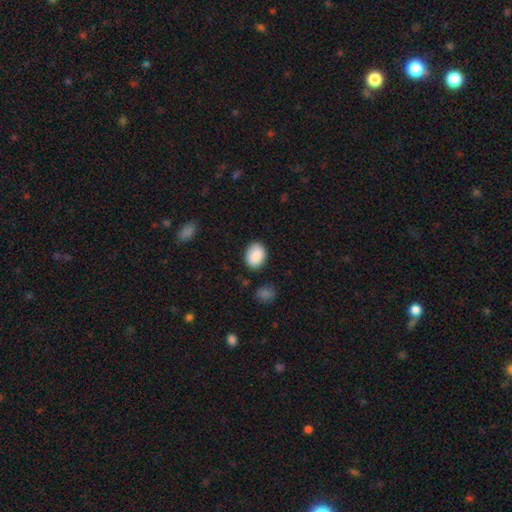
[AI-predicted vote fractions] Q: Smooth or featured?
A: smooth (89%); runner-up: star or artifact (7%)
Q: How rounded?
A: in between (71%); runner-up: round (28%)
Q: Merging?
A: none (84%); runner-up: minor disturbance (11%)